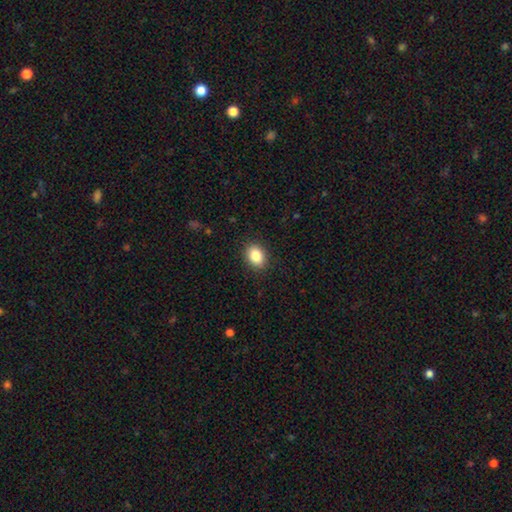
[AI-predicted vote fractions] This appears to be a smooth galaxy with no disk features (86%) that is in between round and cigar-shaped (70%). Merging: none (89%).